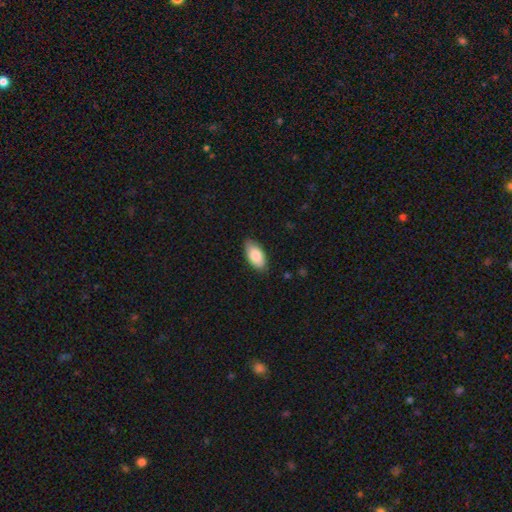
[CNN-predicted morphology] smooth 84%, featured or disk 10%, star or artifact 6%. Down the decision tree: how rounded — in between (93%); merging — none (82%).